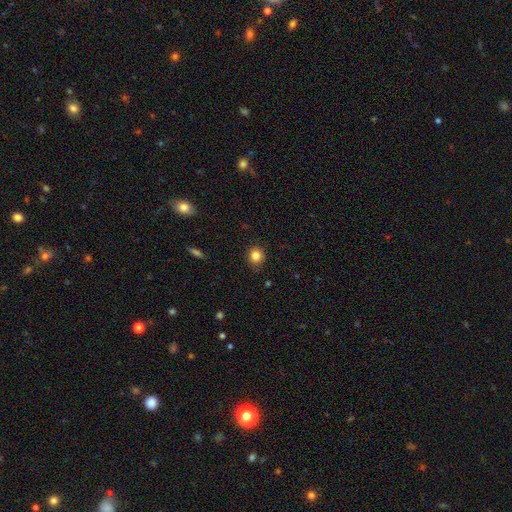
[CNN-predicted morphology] Smooth or featured? Predicted: smooth (p=0.84). How rounded? Predicted: round (p=0.80). Merging? Predicted: none (p=0.84).